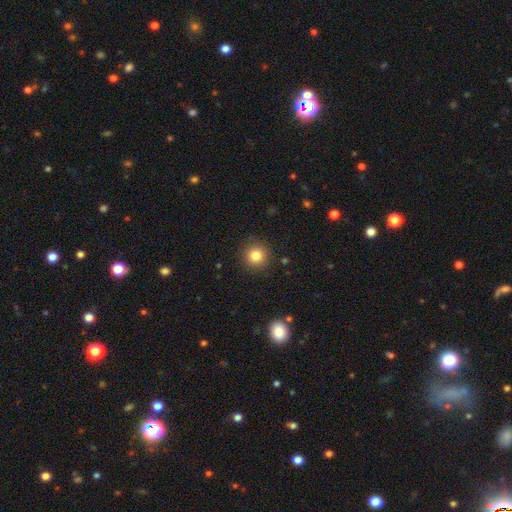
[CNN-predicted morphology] A smooth galaxy with no disk features (82%) that is round (94%). Merging: none (90%).